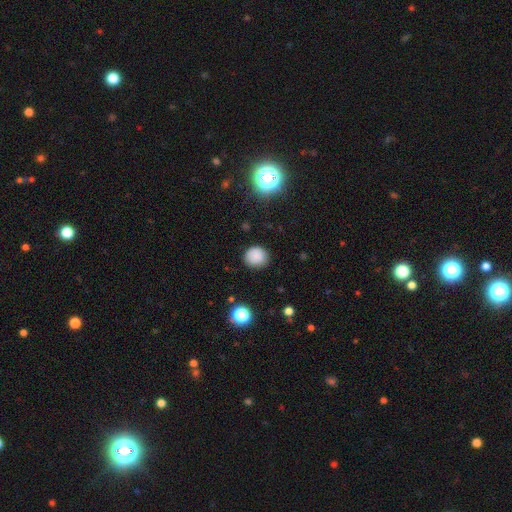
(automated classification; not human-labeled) Q: Smooth or featured?
A: smooth (83%); runner-up: star or artifact (12%)
Q: How rounded?
A: round (87%); runner-up: in between (12%)
Q: Merging?
A: none (85%); runner-up: minor disturbance (11%)